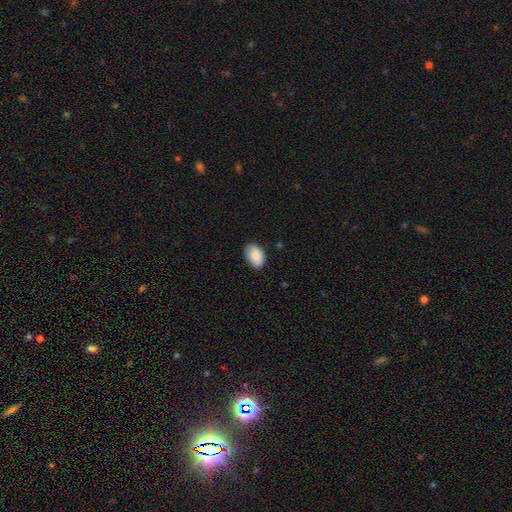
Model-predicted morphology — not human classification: The model was most divided on "merging": none: 76%, minor disturbance: 20%, major disturbance: 3%, merger: 1%. More confident: smooth or featured — smooth (88%); how rounded — in between (86%).